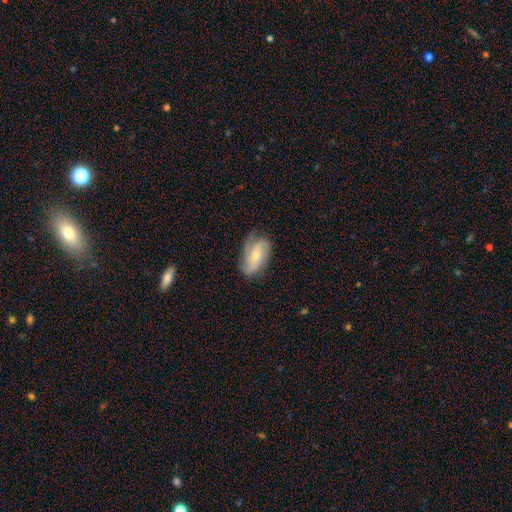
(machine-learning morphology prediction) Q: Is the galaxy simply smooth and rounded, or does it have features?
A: featured or disk — 63%.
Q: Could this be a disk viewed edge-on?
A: no — 94%.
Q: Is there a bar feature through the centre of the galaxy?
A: no — 65%.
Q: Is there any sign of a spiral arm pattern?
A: yes — 88%.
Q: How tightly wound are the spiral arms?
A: medium — 40%.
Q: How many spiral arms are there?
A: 2 — 42%.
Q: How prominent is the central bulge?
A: small — 54%.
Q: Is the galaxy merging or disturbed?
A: none — 63%.